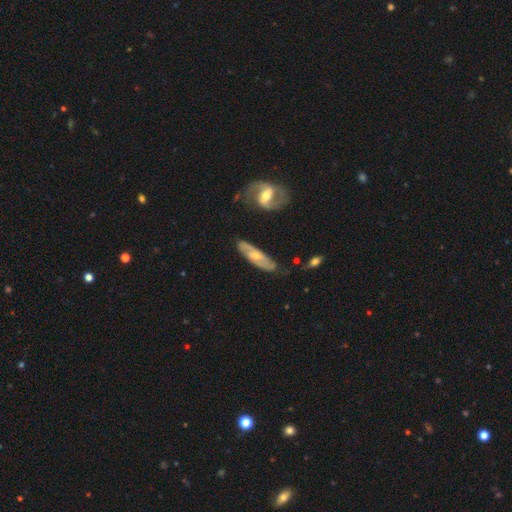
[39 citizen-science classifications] Smooth or featured: featured or disk — 77% (smooth — 18%)
Edge-on disk: no — 77% (yes — 23%)
Bar: weak — 43% (no — 35%)
Spiral arms: yes — 70% (no — 30%)
Spiral winding: tight — 44% (loose — 31%)
Spiral arm count: 2 — 94% (can't tell — 6%)
Bulge size: small — 57% (moderate — 39%)
Merging: none — 57% (minor disturbance — 32%)